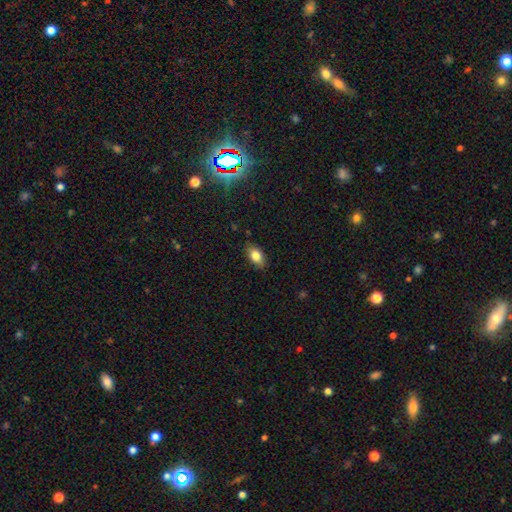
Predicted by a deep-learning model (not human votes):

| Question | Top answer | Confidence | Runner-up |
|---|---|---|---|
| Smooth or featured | smooth | 81% | featured or disk (11%) |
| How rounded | in between | 88% | round (8%) |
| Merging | none | 83% | minor disturbance (13%) |